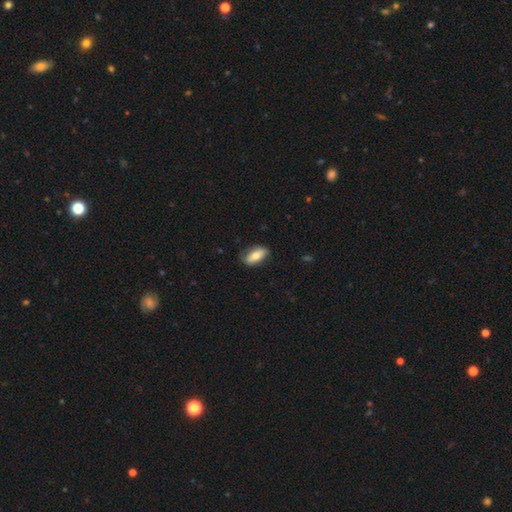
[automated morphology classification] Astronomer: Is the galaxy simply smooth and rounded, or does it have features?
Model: smooth — 73%.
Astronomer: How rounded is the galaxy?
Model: in between — 86%.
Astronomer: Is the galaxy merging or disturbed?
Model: none — 80%.